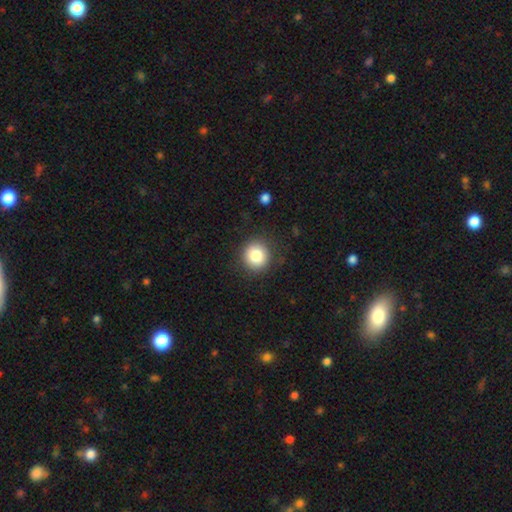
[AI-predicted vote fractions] This appears to be a smooth galaxy with no disk features (82%) that is round (92%). Merging: none (89%).